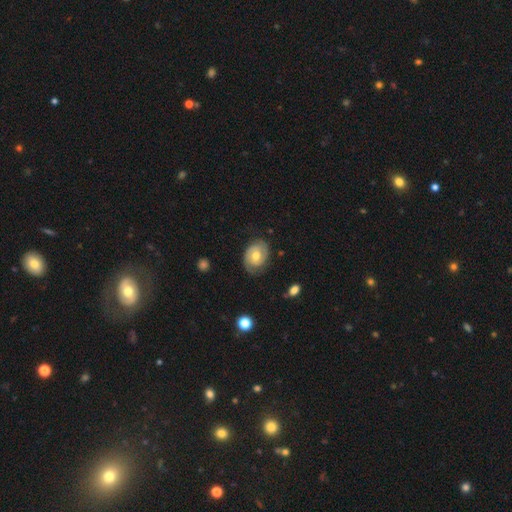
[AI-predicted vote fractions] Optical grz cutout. It shows a featured or disk galaxy (72%) with no bar (58%), 2 (83%) tight (55%) spiral arms (89%) and a moderate central bulge (76%). Merging: none (75%).